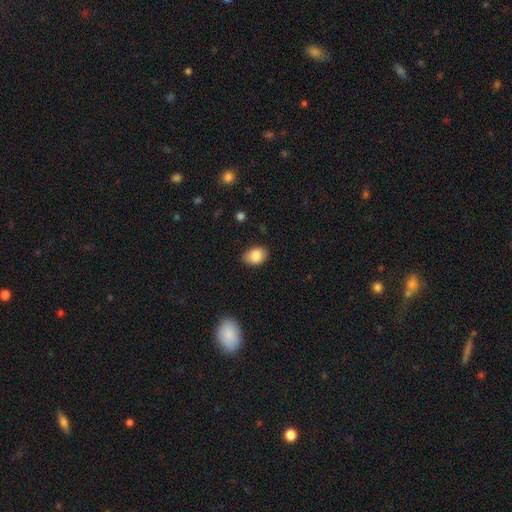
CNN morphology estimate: A smooth galaxy with no disk features (86%) that is in between round and cigar-shaped (76%).

Vote fractions:
- Smooth or featured? smooth: 86% / star or artifact: 8% / featured or disk: 6%
- How rounded? in between: 76% / round: 23% / cigar-shaped: 1%
- Merging? none: 81% / minor disturbance: 15% / major disturbance: 3% / merger: 1%